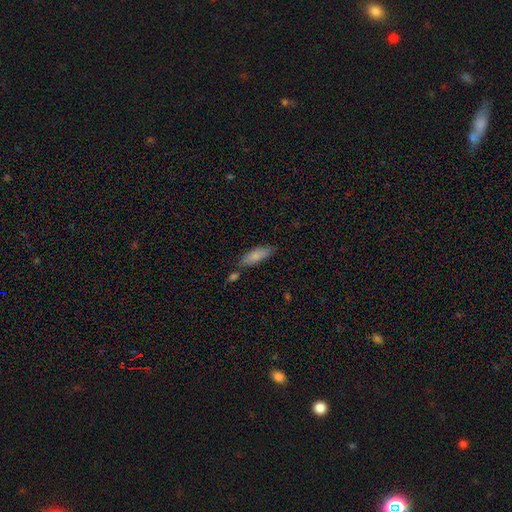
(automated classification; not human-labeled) Smooth or featured?
  - smooth: 81% *
  - featured or disk: 12%
  - star or artifact: 6%
How rounded?
  - in between: 59% *
  - cigar-shaped: 40%
  - round: 2%
Merging?
  - none: 69% *
  - minor disturbance: 17%
  - merger: 11%
  - major disturbance: 4%